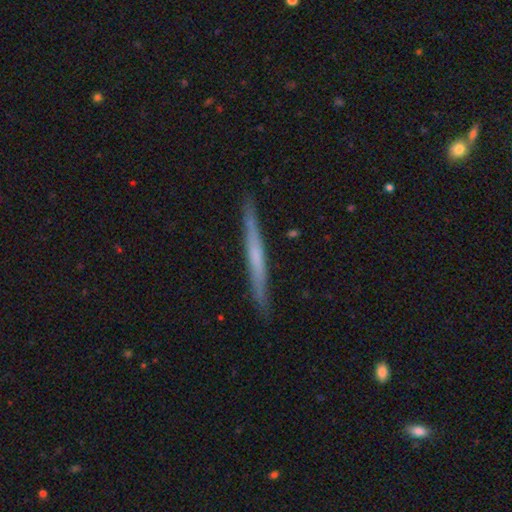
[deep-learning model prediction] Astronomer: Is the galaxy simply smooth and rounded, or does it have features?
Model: featured or disk — 56% (runner-up: smooth, 38%).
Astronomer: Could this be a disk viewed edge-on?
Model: yes — 97%.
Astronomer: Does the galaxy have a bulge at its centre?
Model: none — 75%.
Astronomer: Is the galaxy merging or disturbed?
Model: none — 91%.